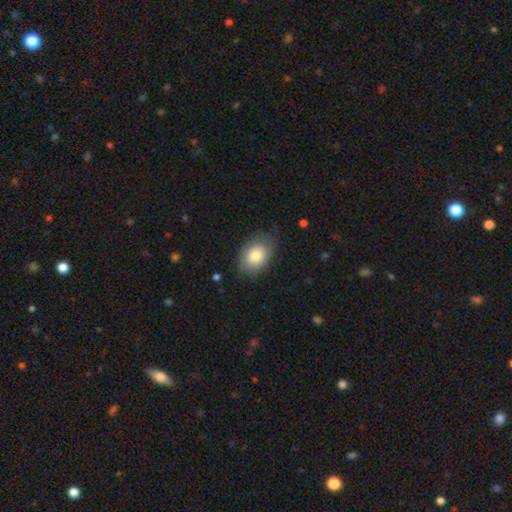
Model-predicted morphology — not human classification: A smooth galaxy with no disk features (80%) that is in between round and cigar-shaped (80%). Merging: none (77%).